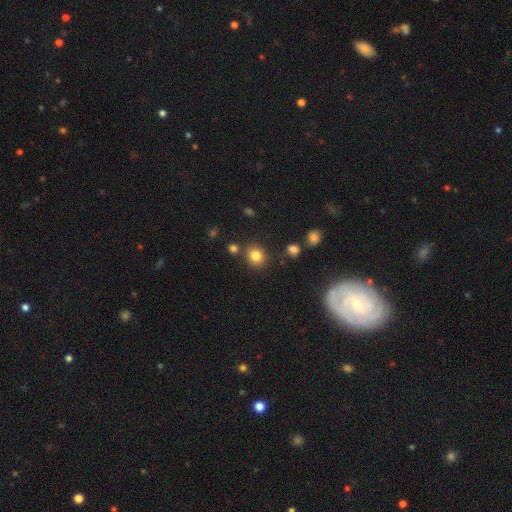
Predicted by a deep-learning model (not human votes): smooth-or-featured: smooth: 82% | star or artifact: 12% | featured or disk: 6%
  how-rounded: round: 78% | in between: 21% | cigar-shaped: 1%
  merging: none: 81% | minor disturbance: 9% | merger: 7% | major disturbance: 3%